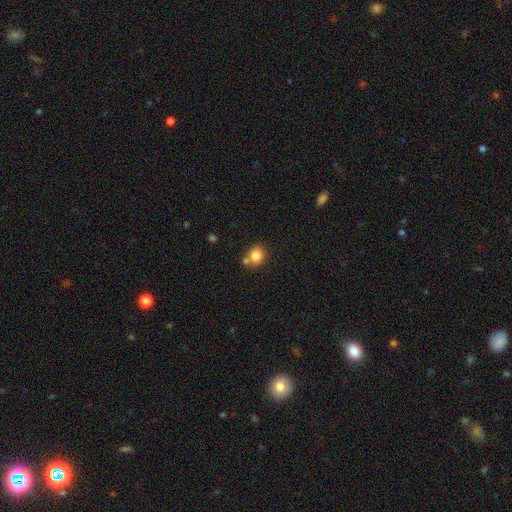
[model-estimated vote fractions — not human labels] Smooth or featured? Predicted: smooth (p=0.83). How rounded? Predicted: round (p=0.71). Merging? Predicted: none (p=0.63).